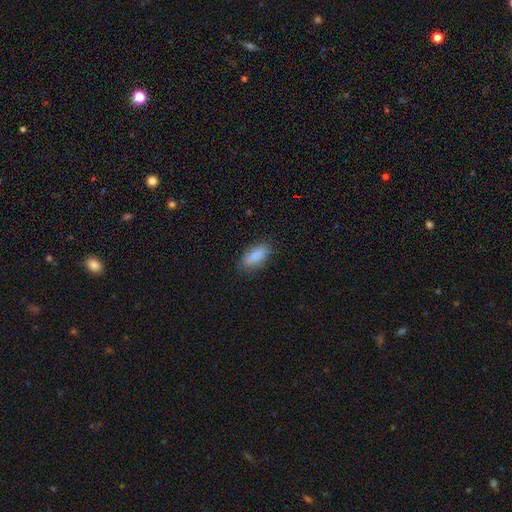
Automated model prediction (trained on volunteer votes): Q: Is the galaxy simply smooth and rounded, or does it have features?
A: smooth — 88%.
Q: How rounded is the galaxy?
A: in between — 84%.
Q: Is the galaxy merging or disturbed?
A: none — 81%.